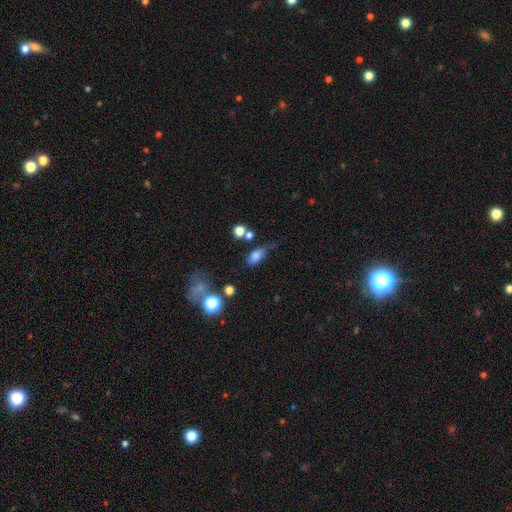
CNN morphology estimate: Smooth or featured? smooth (76%)
How rounded? in between (83%)
Merging? none (44%)